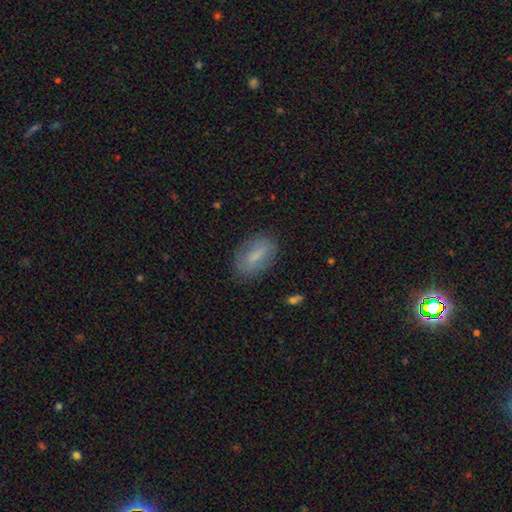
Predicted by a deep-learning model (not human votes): This appears to be a smooth galaxy with no disk features (69%) that is in between round and cigar-shaped (87%). Merging: none (81%).